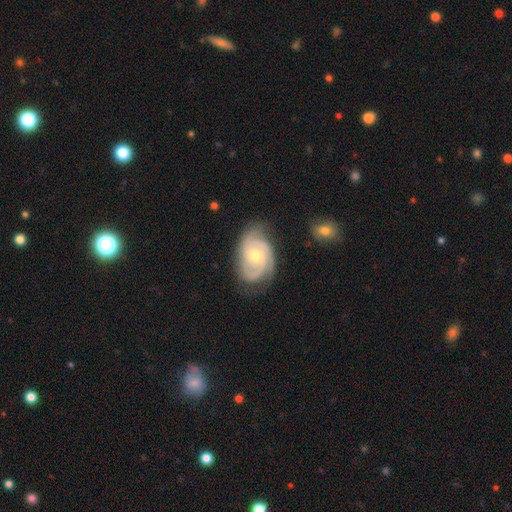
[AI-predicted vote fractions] This appears to be a featured or disk galaxy (85%) with no bar (64%), 3 (37%) tight (60%) spiral arms (96%) and a moderate central bulge (67%). Merging: none (69%).